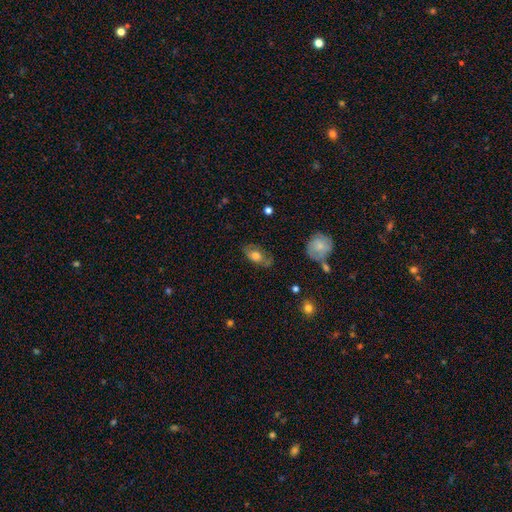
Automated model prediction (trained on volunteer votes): Smooth or featured: smooth — 59% (featured or disk — 34%)
How rounded: in between — 86% (round — 8%)
Merging: none — 69% (minor disturbance — 22%)